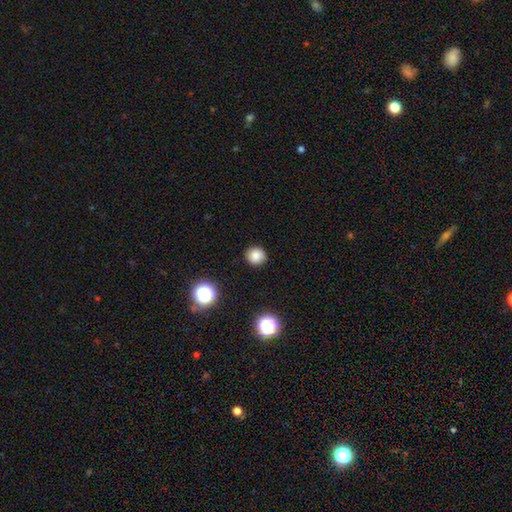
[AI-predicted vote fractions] smooth-or-featured: smooth: 82% | star or artifact: 12% | featured or disk: 5%
  how-rounded: round: 89% | in between: 10% | cigar-shaped: 1%
  merging: none: 90% | minor disturbance: 7% | major disturbance: 2% | merger: 1%